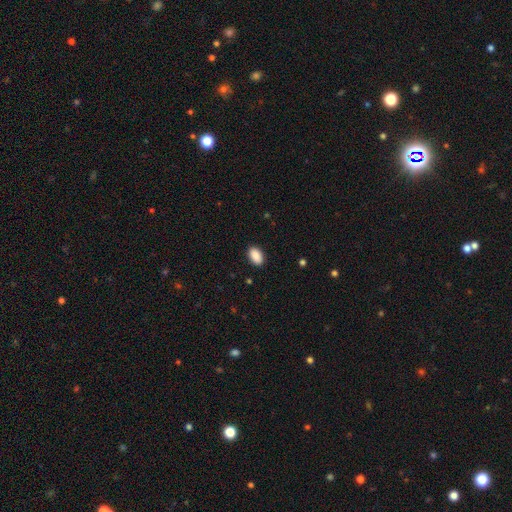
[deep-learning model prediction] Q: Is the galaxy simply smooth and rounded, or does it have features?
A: smooth — 90%.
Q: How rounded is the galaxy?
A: in between — 93%.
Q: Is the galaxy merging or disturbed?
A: none — 89%.